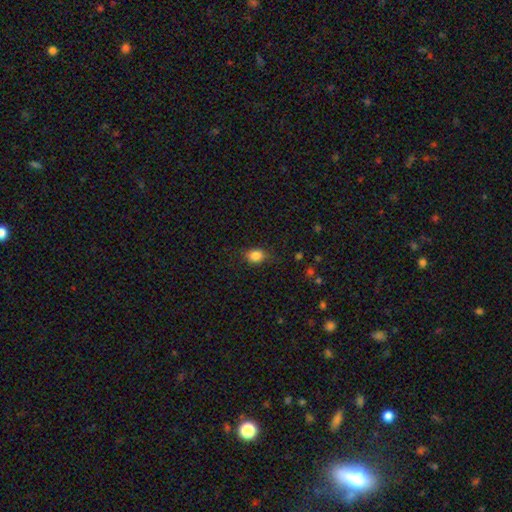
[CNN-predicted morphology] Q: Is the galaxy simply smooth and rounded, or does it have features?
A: smooth — 84%.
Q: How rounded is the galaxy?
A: in between — 53%.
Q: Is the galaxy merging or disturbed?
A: none — 77%.